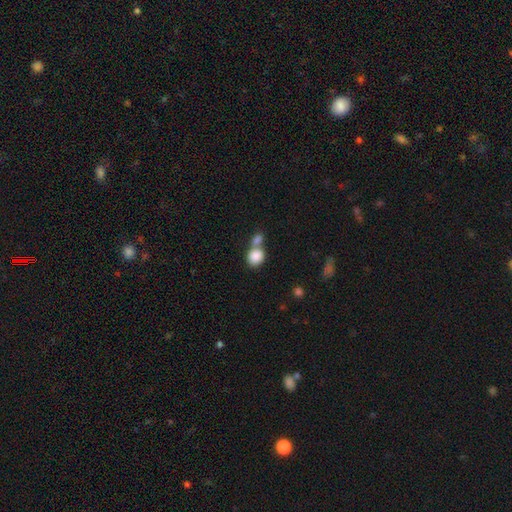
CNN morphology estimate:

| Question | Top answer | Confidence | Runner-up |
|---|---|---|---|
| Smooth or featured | smooth | 85% | star or artifact (8%) |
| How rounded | round | 62% | in between (36%) |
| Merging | merger | 54% | none (33%) |